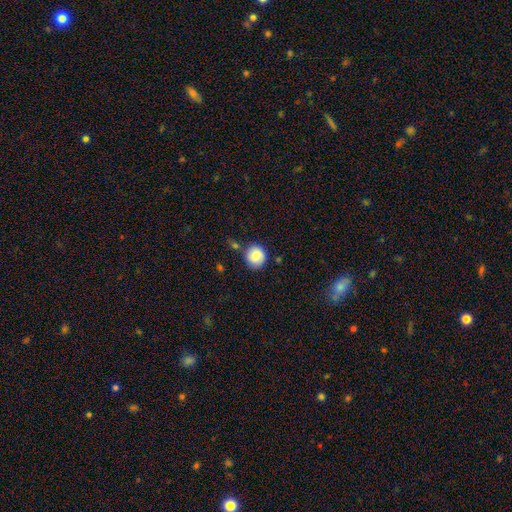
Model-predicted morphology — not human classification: A smooth galaxy with no disk features (78%) that is round (89%). Merging: none (78%).